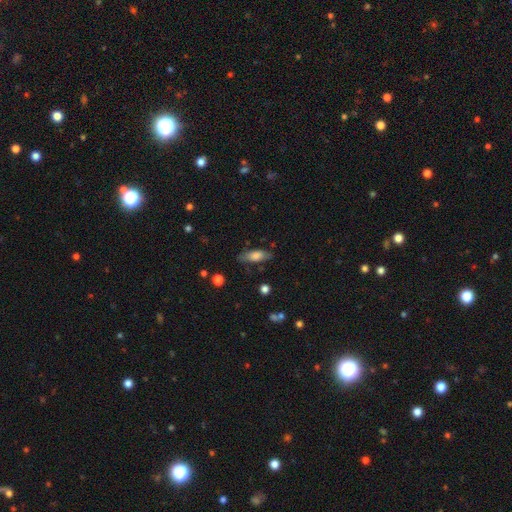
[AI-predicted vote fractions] Smooth or featured: smooth — 70% (featured or disk — 22%)
How rounded: in between — 64% (cigar-shaped — 34%)
Merging: none — 75% (minor disturbance — 18%)